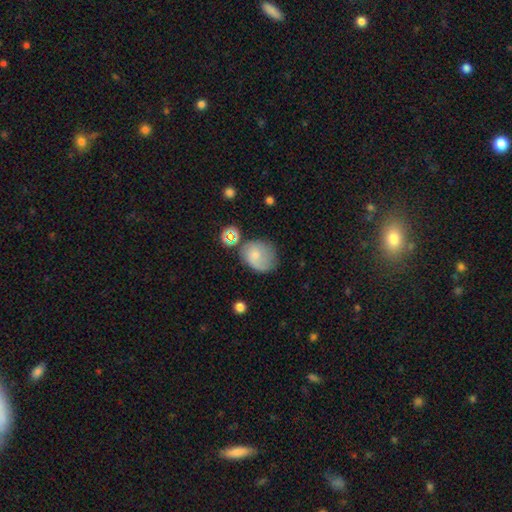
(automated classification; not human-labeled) smooth_or_featured: smooth (p=0.60) [alt: featured or disk p=0.28]
how_rounded: round (p=0.64) [alt: in between p=0.35]
merging: none (p=0.52) [alt: minor disturbance p=0.28]